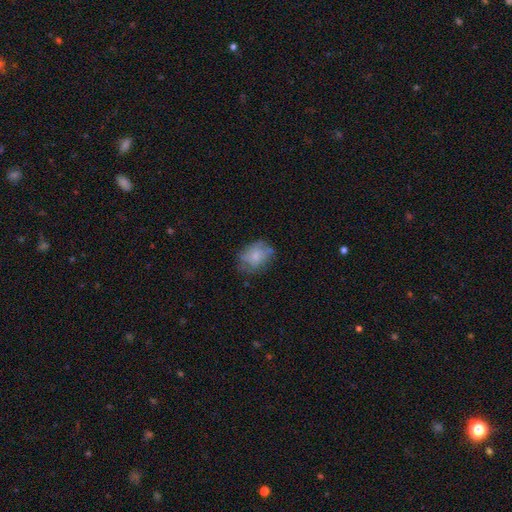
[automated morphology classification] The model was most divided on "how rounded": in between: 63%, round: 35%, cigar-shaped: 1%. More confident: smooth or featured — smooth (64%); merging — none (59%).